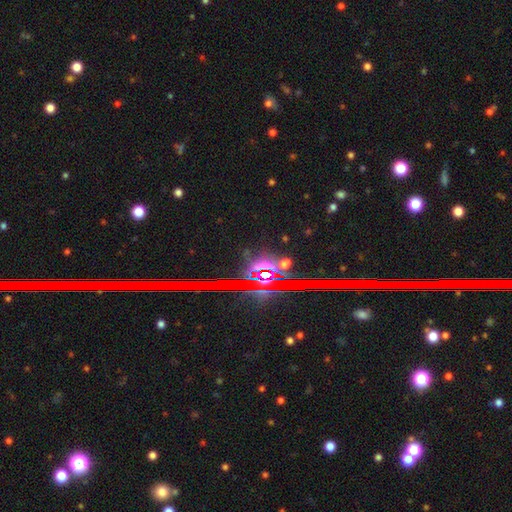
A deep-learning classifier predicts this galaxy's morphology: star or artifact 76%, featured or disk 16%, smooth 8%.